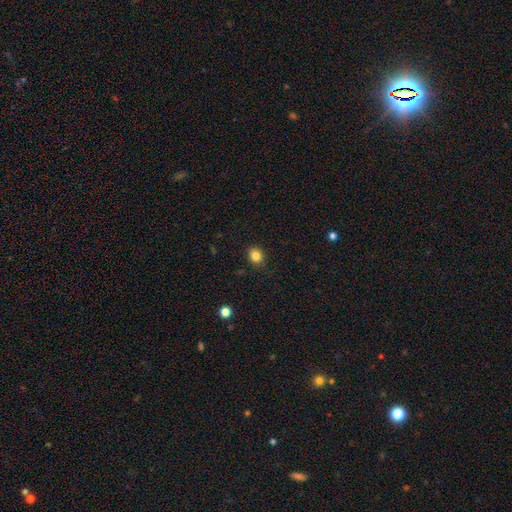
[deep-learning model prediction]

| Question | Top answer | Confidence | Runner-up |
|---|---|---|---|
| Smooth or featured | smooth | 83% | star or artifact (11%) |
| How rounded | round | 67% | in between (32%) |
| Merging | none | 89% | minor disturbance (8%) |